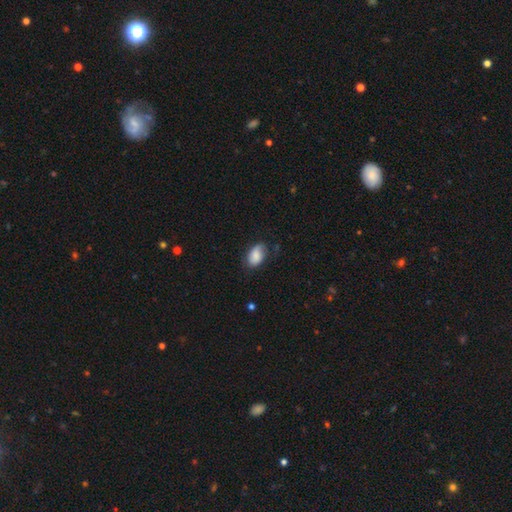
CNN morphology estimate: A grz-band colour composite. It shows a smooth galaxy with no disk features (74%) that is in between round and cigar-shaped (89%). Merging: none (60%).